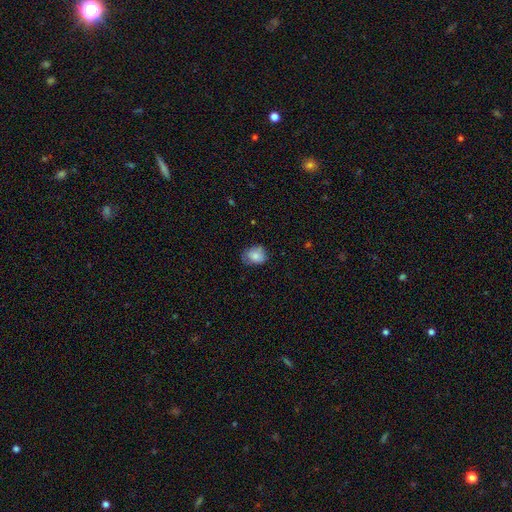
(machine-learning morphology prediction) smooth 81%, featured or disk 11%, star or artifact 8%. Down the decision tree: how rounded — round (55%); merging — none (63%).